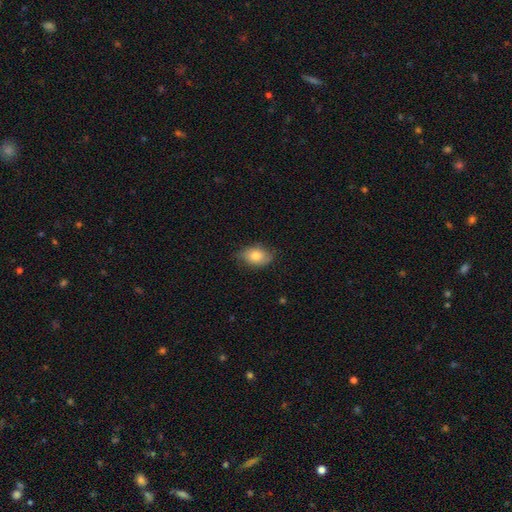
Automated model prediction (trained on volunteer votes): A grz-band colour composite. It shows a smooth galaxy with no disk features (78%) that is in between round and cigar-shaped (86%). Merging: none (73%).